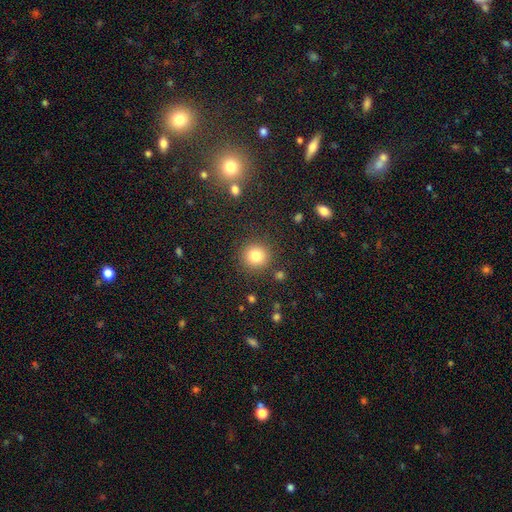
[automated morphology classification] Smooth or featured?
  - smooth: 81% *
  - star or artifact: 12%
  - featured or disk: 7%
How rounded?
  - round: 92% *
  - in between: 7%
  - cigar-shaped: 1%
Merging?
  - none: 88% *
  - minor disturbance: 7%
  - major disturbance: 3%
  - merger: 2%